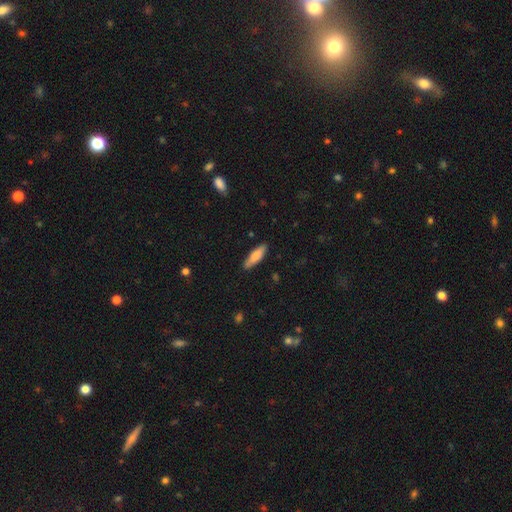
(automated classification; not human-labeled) Morphology: type=smooth (76%); roundness=cigar-shaped (63%); merging=none (86%).